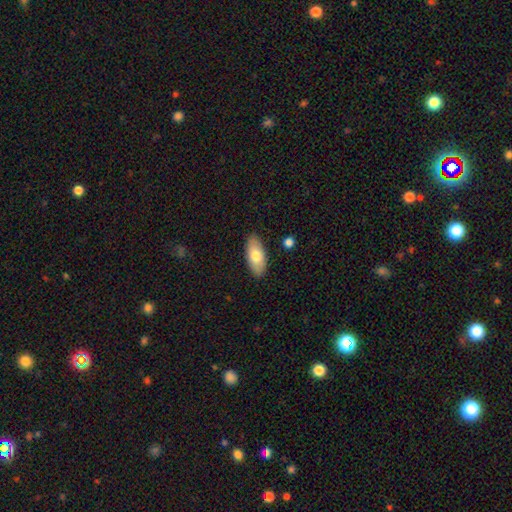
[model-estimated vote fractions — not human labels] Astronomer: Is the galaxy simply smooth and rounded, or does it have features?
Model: smooth — 75%.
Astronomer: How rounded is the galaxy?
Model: in between — 90%.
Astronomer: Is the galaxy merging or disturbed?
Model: none — 87%.